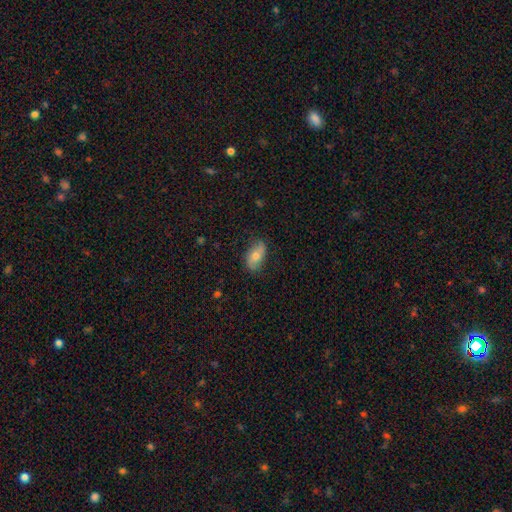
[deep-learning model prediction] smooth-or-featured: smooth: 61% | featured or disk: 31% | star or artifact: 8%
  how-rounded: in between: 90% | round: 6% | cigar-shaped: 5%
  merging: none: 78% | minor disturbance: 18% | major disturbance: 4% | merger: 1%